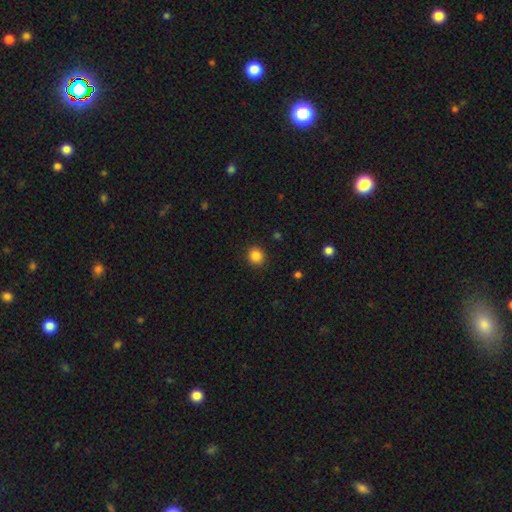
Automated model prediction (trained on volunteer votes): smooth 85%, star or artifact 11%, featured or disk 4%. Down the decision tree: how rounded — round (85%); merging — none (91%).